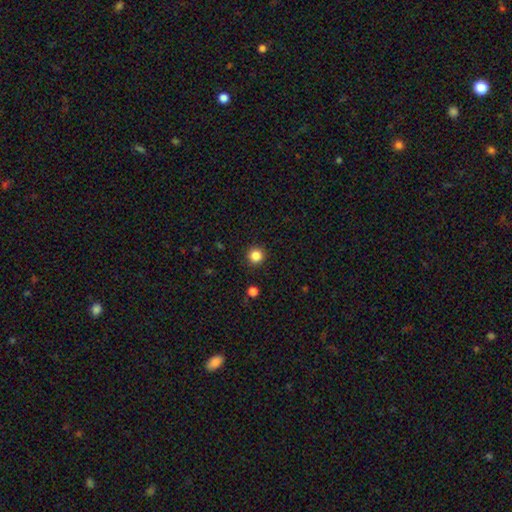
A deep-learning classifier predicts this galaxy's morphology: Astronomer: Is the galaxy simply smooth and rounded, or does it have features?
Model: smooth — 85%.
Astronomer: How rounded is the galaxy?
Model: round — 96%.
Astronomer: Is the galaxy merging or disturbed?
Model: none — 93%.